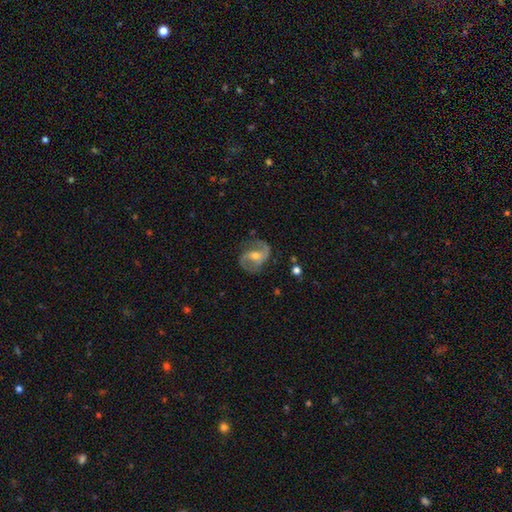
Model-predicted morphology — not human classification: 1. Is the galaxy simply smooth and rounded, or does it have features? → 84% featured or disk, 10% smooth, 6% star or artifact.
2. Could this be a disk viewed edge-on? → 97% no, 3% yes.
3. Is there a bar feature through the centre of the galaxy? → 43% weak, 29% strong, 28% no.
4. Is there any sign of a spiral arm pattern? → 94% yes, 6% no.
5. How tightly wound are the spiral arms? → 46% medium, 41% loose, 13% tight.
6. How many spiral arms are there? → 91% 2, 3% can't tell, 2% 1, 1% 3, 1% 4, 1% more than 4.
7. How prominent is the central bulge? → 58% moderate, 36% small, 3% large, 2% none, 1% dominant.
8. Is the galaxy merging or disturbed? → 73% none, 17% minor disturbance, 8% major disturbance, 2% merger.